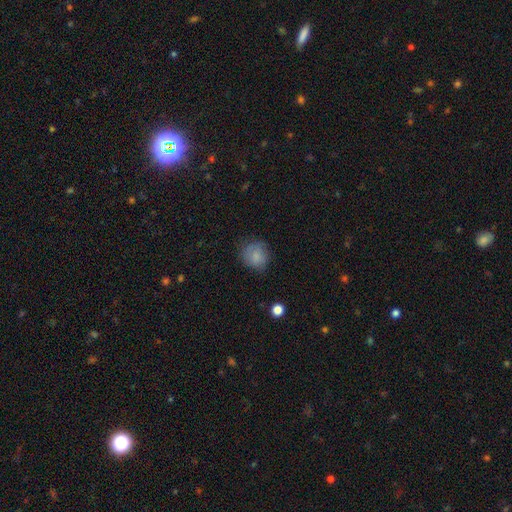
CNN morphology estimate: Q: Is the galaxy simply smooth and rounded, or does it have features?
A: smooth — 80%.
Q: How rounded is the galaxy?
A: round — 81%.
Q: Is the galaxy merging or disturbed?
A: none — 71%.